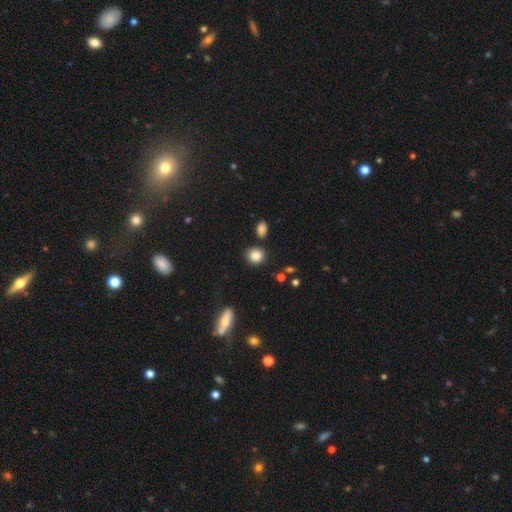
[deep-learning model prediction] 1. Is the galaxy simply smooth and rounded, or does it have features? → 86% smooth, 9% star or artifact, 5% featured or disk.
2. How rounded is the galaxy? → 83% round, 16% in between, 1% cigar-shaped.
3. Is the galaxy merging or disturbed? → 83% none, 9% minor disturbance, 5% merger, 3% major disturbance.